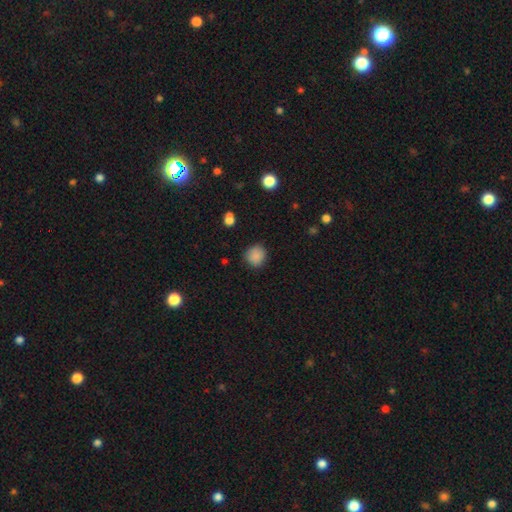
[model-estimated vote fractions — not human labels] Smooth or featured? Predicted: smooth (p=0.86). How rounded? Predicted: round (p=0.88). Merging? Predicted: none (p=0.85).